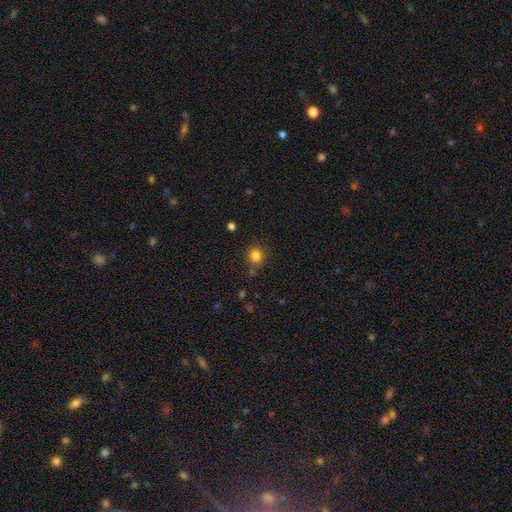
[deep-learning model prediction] Morphology: type=smooth (83%); roundness=round (88%); merging=none (79%).